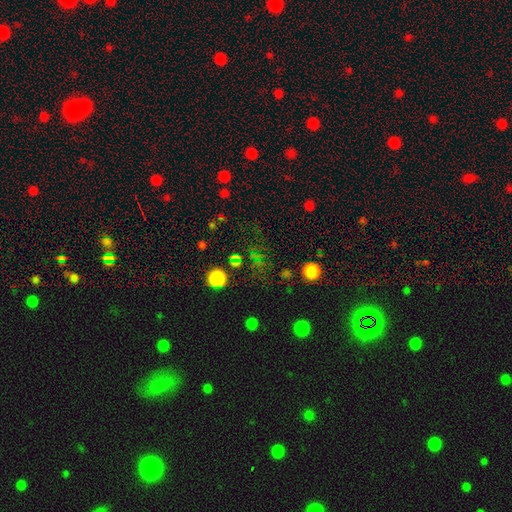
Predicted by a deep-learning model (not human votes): Morphology: type=star or artifact (55%).